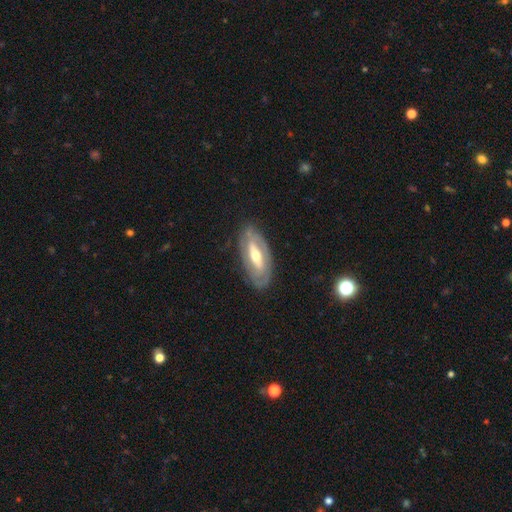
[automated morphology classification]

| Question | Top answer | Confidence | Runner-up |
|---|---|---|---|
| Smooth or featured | featured or disk | 74% | smooth (21%) |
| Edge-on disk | no | 85% | yes (15%) |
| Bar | strong | 42% | weak (31%) |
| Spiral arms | yes | 62% | no (38%) |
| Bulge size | moderate | 68% | small (22%) |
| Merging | none | 80% | minor disturbance (14%) |